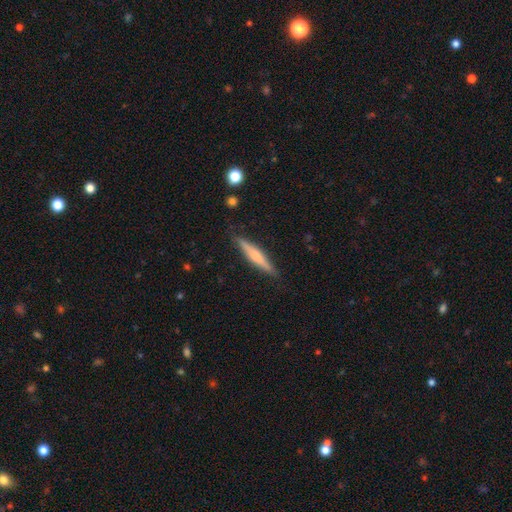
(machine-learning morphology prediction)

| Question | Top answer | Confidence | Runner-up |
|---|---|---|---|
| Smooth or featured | featured or disk | 49% | smooth (45%) |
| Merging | none | 87% | minor disturbance (9%) |